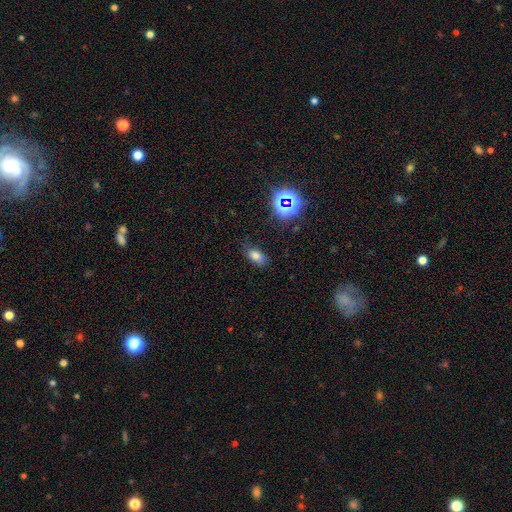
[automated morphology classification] This appears to be a smooth galaxy with no disk features (72%) that is in between round and cigar-shaped (86%). Merging: none (76%).